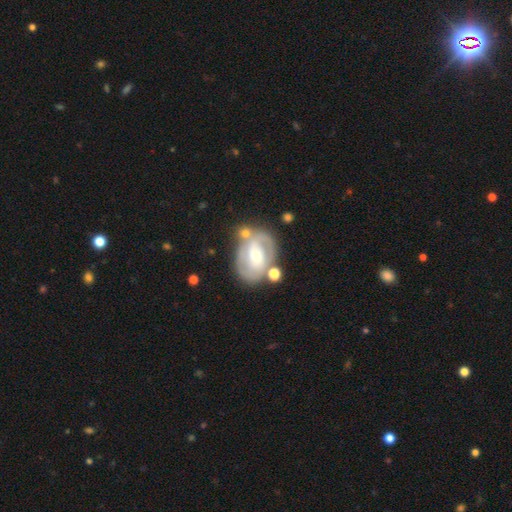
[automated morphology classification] A featured or disk galaxy (74%) with no bar (43%), 2 (66%) tight (48%) spiral arms (73%) and a small central bulge (49%). Merging: none (62%).